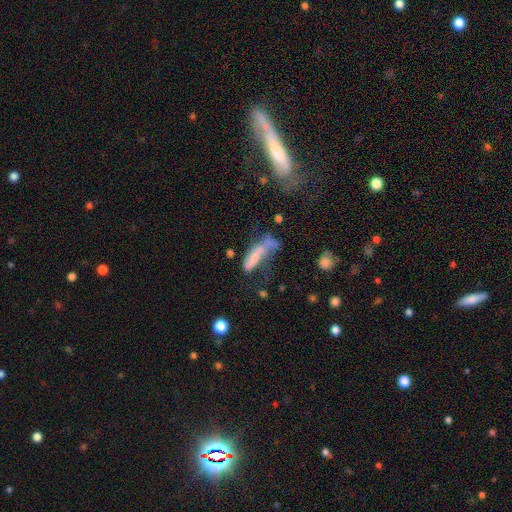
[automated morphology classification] This appears to be a smooth galaxy with no disk features (50%) that is cigar-shaped (49%). Merging: major disturbance (35%).